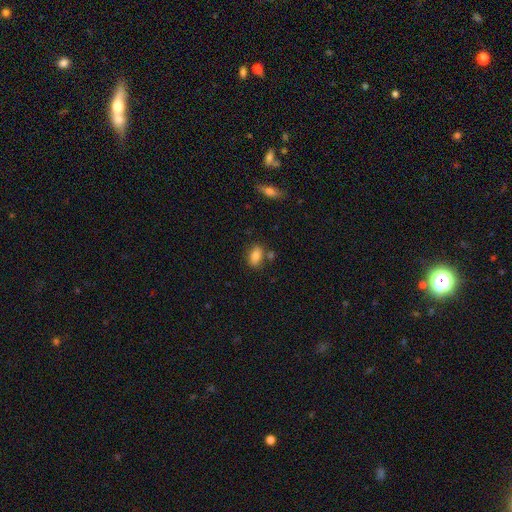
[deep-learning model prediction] Smooth or featured? smooth (84%)
How rounded? in between (86%)
Merging? none (76%)